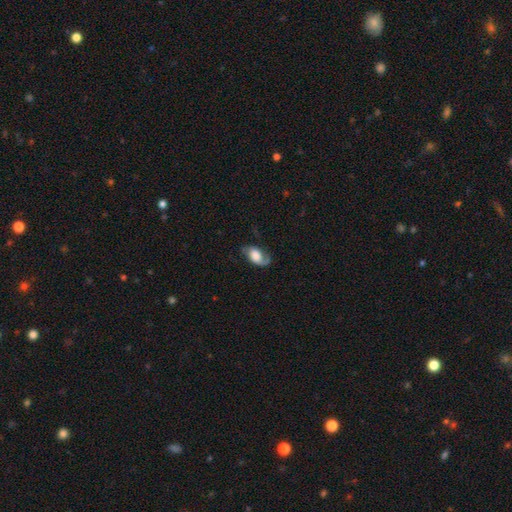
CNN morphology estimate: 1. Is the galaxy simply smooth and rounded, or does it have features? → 56% featured or disk, 36% smooth, 8% star or artifact.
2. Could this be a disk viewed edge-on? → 95% no, 5% yes.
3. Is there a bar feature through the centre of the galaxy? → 67% no, 26% weak, 7% strong.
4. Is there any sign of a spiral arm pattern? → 87% yes, 13% no.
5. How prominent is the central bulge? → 51% large, 16% moderate, 16% dominant, 9% none, 8% small.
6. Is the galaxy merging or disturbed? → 57% none, 25% minor disturbance, 16% major disturbance, 2% merger.